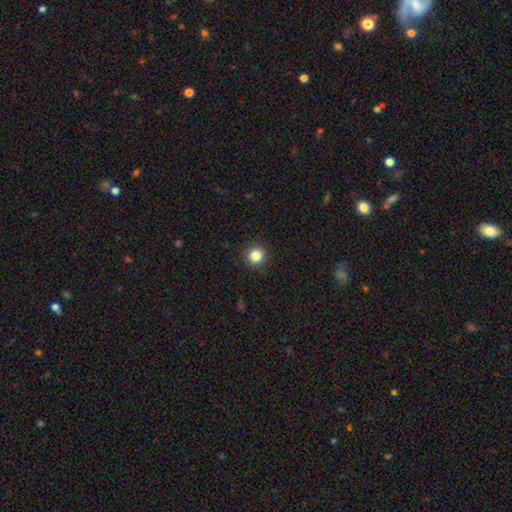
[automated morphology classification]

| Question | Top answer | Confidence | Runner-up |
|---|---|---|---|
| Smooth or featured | smooth | 84% | star or artifact (11%) |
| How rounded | round | 92% | in between (7%) |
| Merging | none | 92% | minor disturbance (5%) |